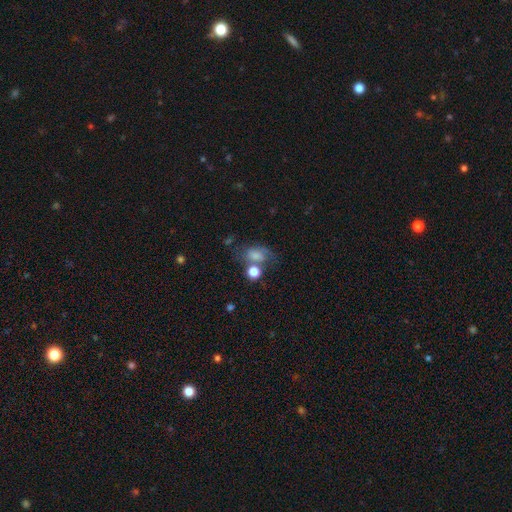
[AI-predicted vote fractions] Smooth or featured? Predicted: smooth (p=0.63). How rounded? Predicted: in between (p=0.67). Merging? Predicted: none (p=0.38).